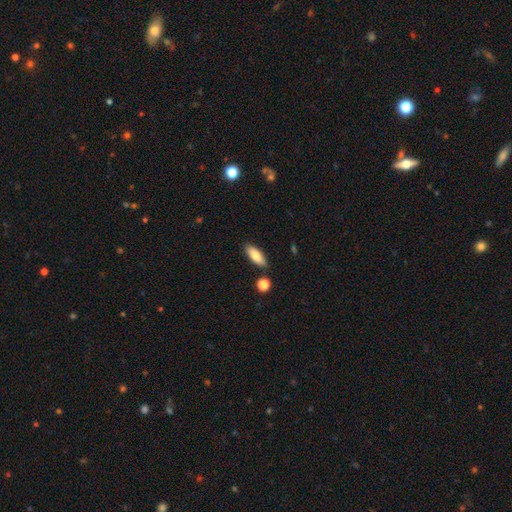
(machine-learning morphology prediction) Smooth or featured: smooth — 79% (featured or disk — 15%)
How rounded: in between — 70% (cigar-shaped — 28%)
Merging: none — 85% (minor disturbance — 10%)